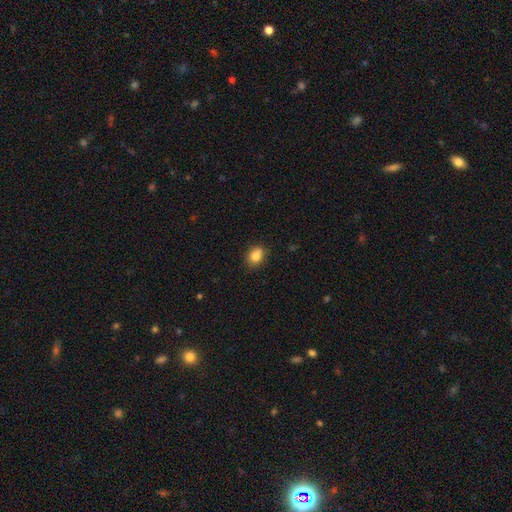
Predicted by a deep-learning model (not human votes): Smooth or featured? smooth (83%)
How rounded? in between (61%)
Merging? none (76%)